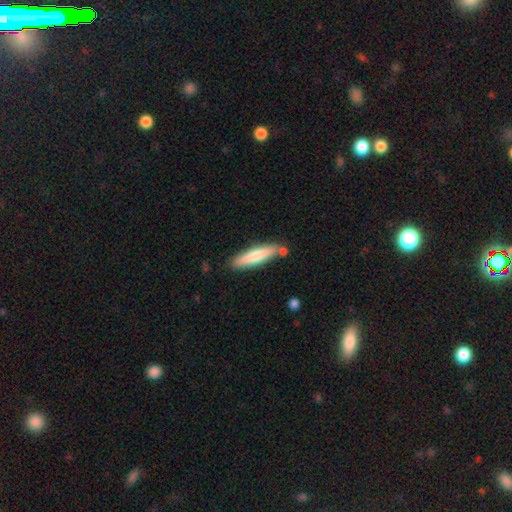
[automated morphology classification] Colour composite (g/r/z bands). It shows a smooth galaxy with no disk features (70%) that is cigar-shaped (83%). Merging: none (75%).